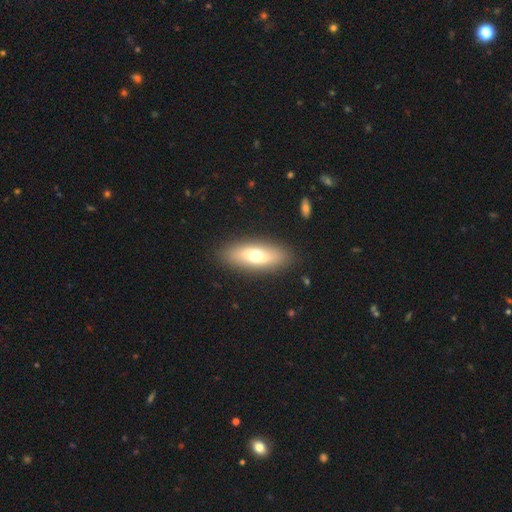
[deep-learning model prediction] Morphology: type=smooth (63%); roundness=in between (67%); merging=none (88%).